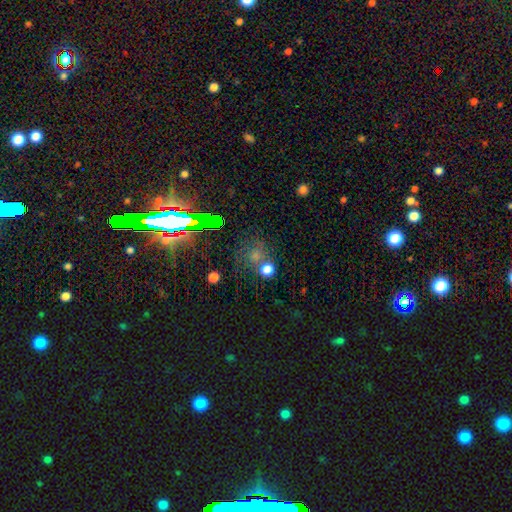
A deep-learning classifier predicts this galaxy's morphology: Smooth or featured?
  - smooth: 54% *
  - star or artifact: 34%
  - featured or disk: 12%
How rounded?
  - round: 82% *
  - in between: 16%
  - cigar-shaped: 1%
Merging?
  - none: 61% *
  - merger: 15%
  - minor disturbance: 14%
  - major disturbance: 9%